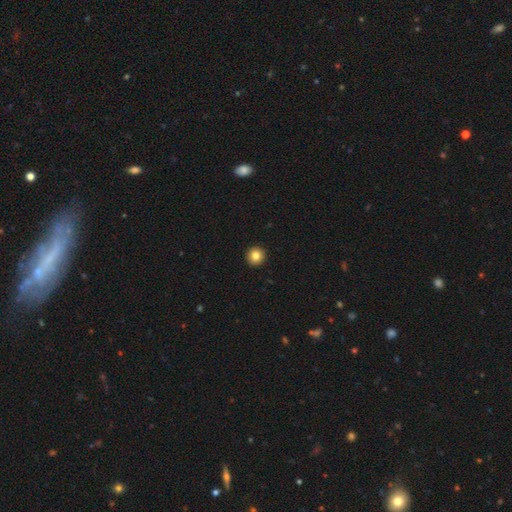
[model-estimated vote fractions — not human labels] This is clearly a smooth galaxy (83%). How rounded: clearly round (95%). Merging: clearly none (94%).